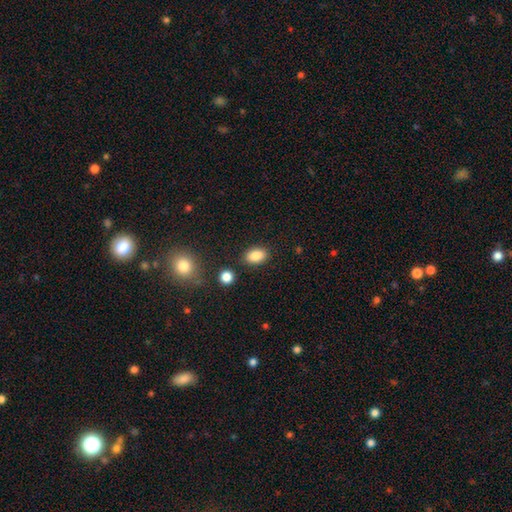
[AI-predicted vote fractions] Smooth or featured: smooth — 86% (star or artifact — 9%)
How rounded: in between — 85% (round — 14%)
Merging: none — 84% (minor disturbance — 10%)